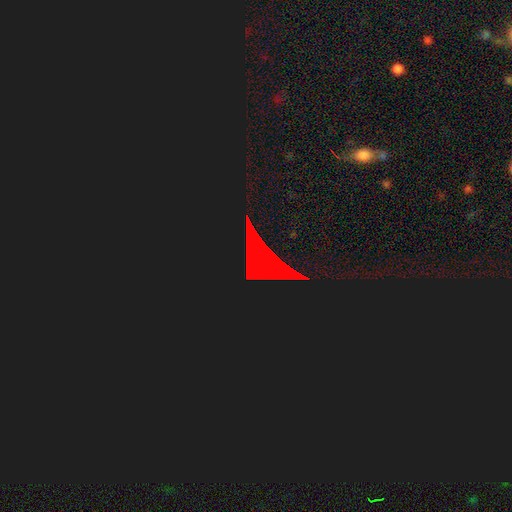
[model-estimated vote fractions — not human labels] Overall: star or artifact (78%).